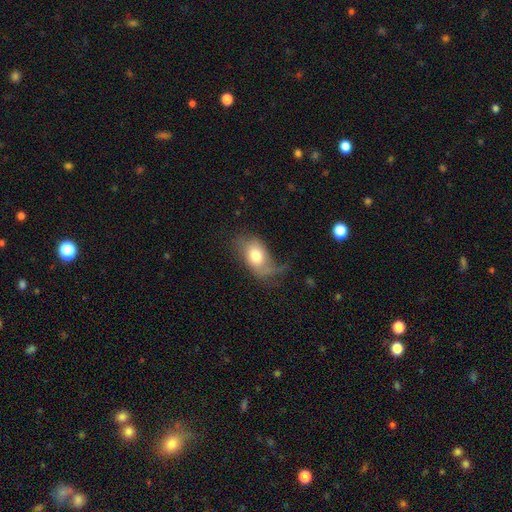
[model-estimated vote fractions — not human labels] A smooth galaxy with no disk features (64%) that is in between round and cigar-shaped (87%).

Vote fractions:
- Smooth or featured? smooth: 64% / featured or disk: 28% / star or artifact: 7%
- How rounded? in between: 87% / round: 11% / cigar-shaped: 2%
- Merging? none: 35% / major disturbance: 32% / minor disturbance: 30% / merger: 3%